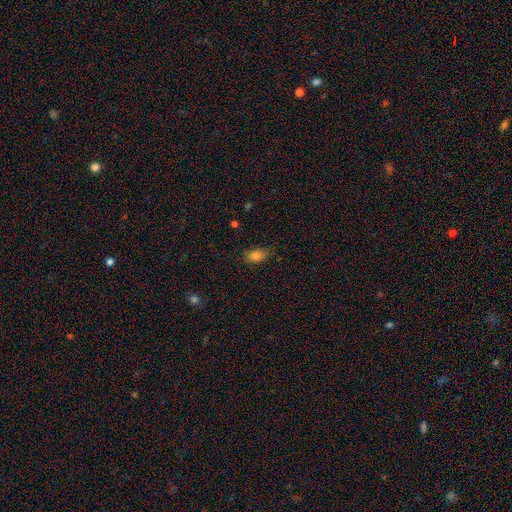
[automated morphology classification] Smooth or featured?
  - smooth: 80% *
  - star or artifact: 11%
  - featured or disk: 9%
How rounded?
  - in between: 87% *
  - round: 10%
  - cigar-shaped: 3%
Merging?
  - none: 75% *
  - minor disturbance: 20%
  - major disturbance: 4%
  - merger: 1%